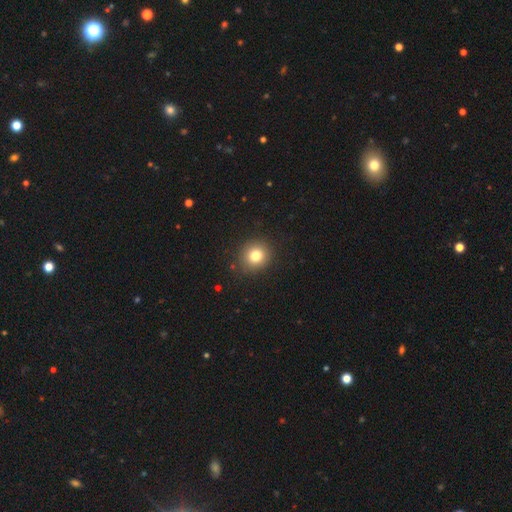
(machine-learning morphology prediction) This appears to be a smooth galaxy with no disk features (79%) that is round (85%). Merging: none (89%).